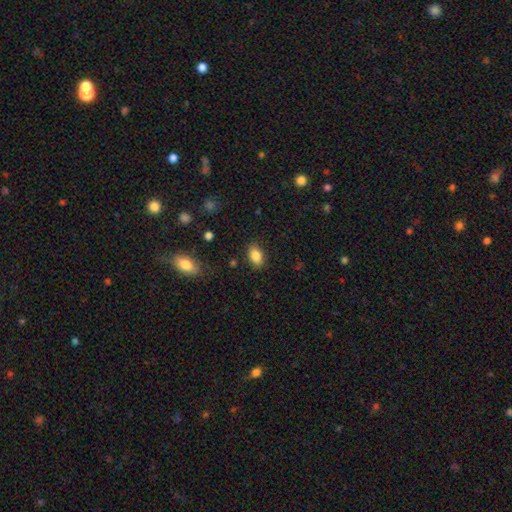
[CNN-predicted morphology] Smooth or featured? Predicted: smooth (p=0.85). How rounded? Predicted: in between (p=0.86). Merging? Predicted: none (p=0.85).